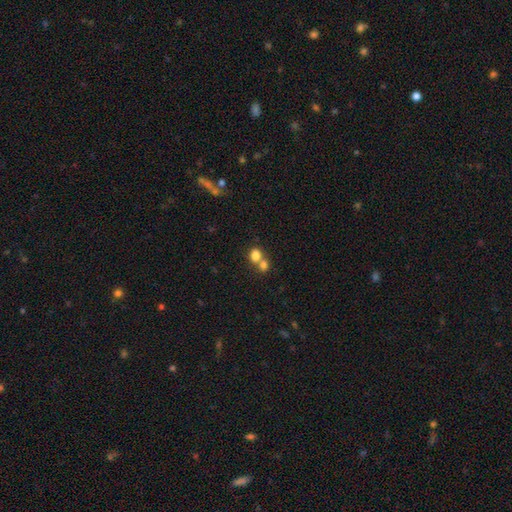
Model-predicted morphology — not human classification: A smooth galaxy with no disk features (79%) that is round (69%). Merging: merger (55%).